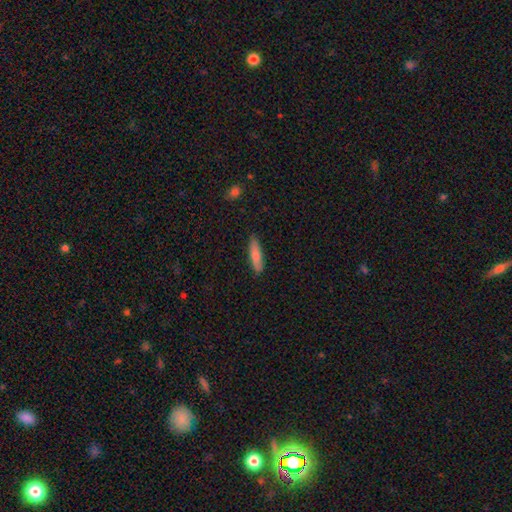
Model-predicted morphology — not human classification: Smooth or featured?
  - smooth: 81% *
  - featured or disk: 13%
  - star or artifact: 6%
How rounded?
  - cigar-shaped: 73% *
  - in between: 25%
  - round: 2%
Merging?
  - none: 87% *
  - minor disturbance: 10%
  - major disturbance: 2%
  - merger: 1%